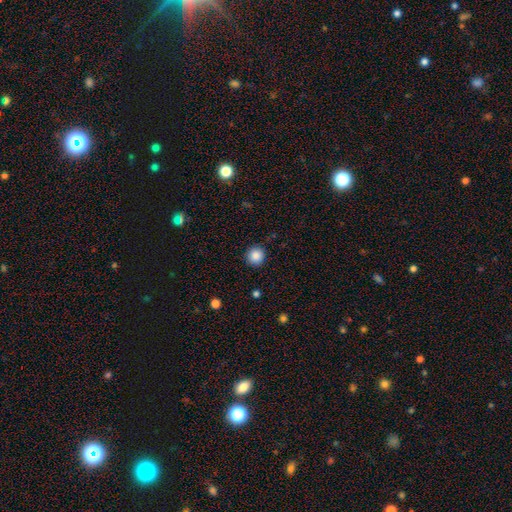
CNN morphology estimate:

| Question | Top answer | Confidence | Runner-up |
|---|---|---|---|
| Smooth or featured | smooth | 87% | star or artifact (10%) |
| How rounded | round | 94% | in between (5%) |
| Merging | none | 90% | minor disturbance (7%) |